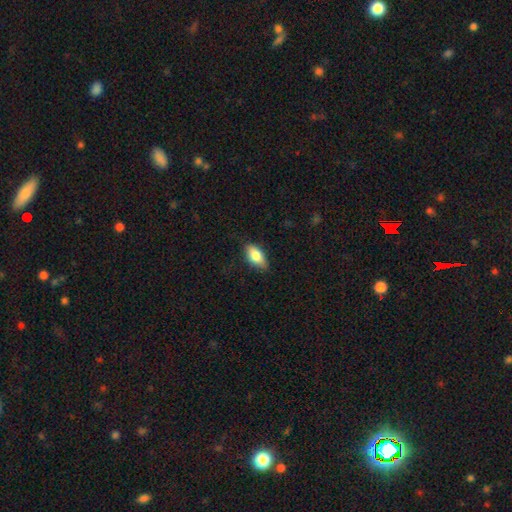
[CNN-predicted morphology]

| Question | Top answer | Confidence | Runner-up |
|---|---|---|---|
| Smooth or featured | smooth | 79% | featured or disk (14%) |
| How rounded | in between | 89% | cigar-shaped (7%) |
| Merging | none | 78% | minor disturbance (18%) |